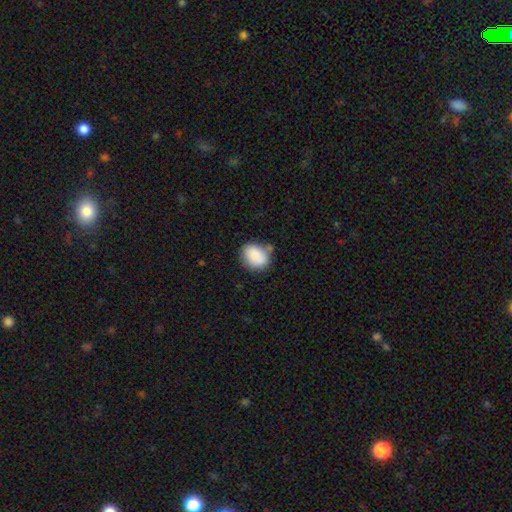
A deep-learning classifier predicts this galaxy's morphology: Smooth or featured: smooth — 86% (star or artifact — 7%)
How rounded: in between — 56% (round — 43%)
Merging: none — 64% (minor disturbance — 22%)